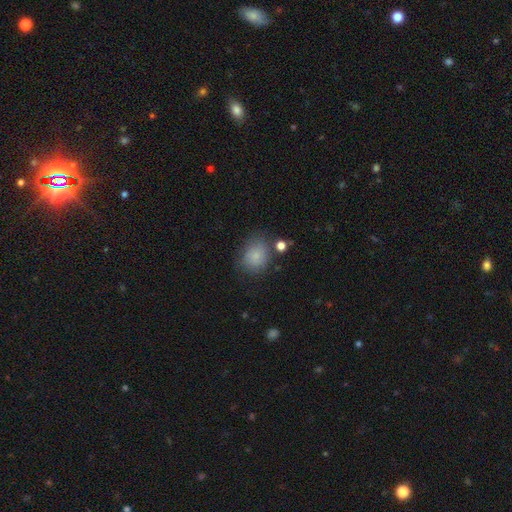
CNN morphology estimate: Smooth or featured: smooth — 81% (star or artifact — 10%)
How rounded: round — 58% (in between — 41%)
Merging: none — 70% (minor disturbance — 19%)